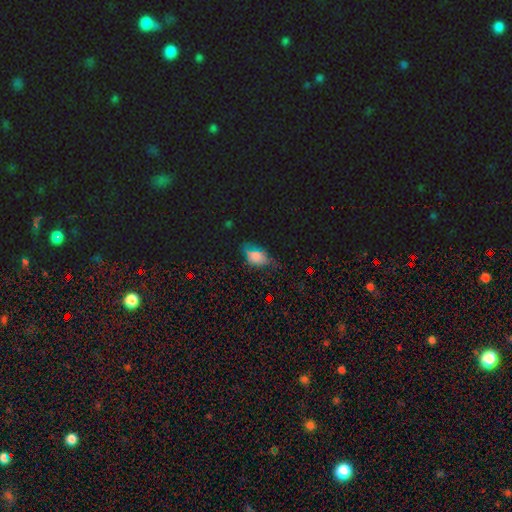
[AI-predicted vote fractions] This appears to be a smooth galaxy with no disk features (62%) that is in between round and cigar-shaped (83%). Merging: none (58%).